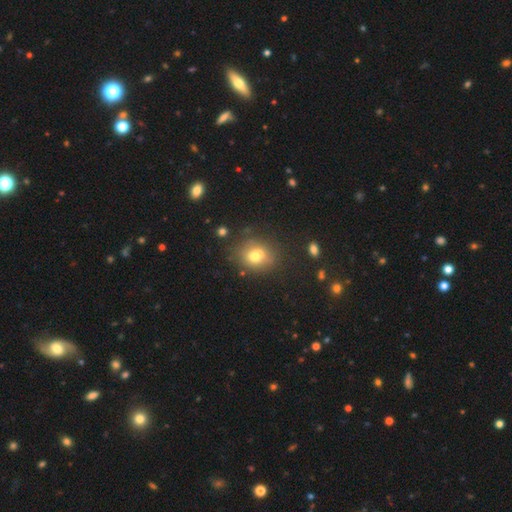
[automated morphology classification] Smooth or featured? Predicted: smooth (p=0.64). How rounded? Predicted: round (p=0.67). Merging? Predicted: none (p=0.49).